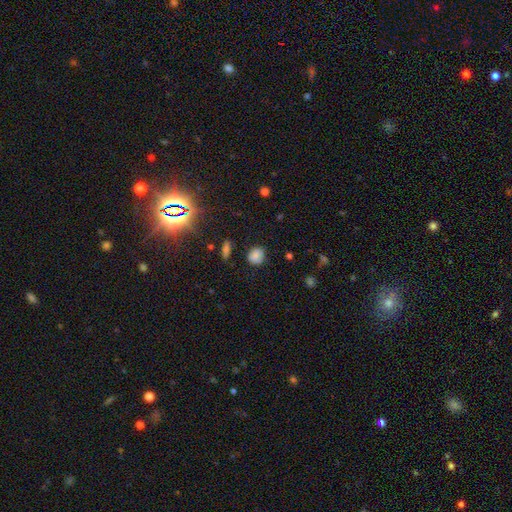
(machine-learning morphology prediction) smooth-or-featured: smooth: 78% | star or artifact: 14% | featured or disk: 9%
  how-rounded: round: 77% | in between: 22% | cigar-shaped: 1%
  merging: none: 80% | minor disturbance: 14% | major disturbance: 3% | merger: 2%